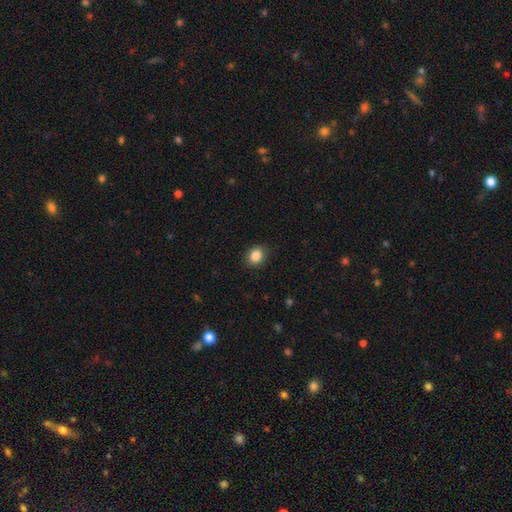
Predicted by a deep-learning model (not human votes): Smooth or featured? Predicted: smooth (p=0.86). How rounded? Predicted: round (p=0.67). Merging? Predicted: none (p=0.87).